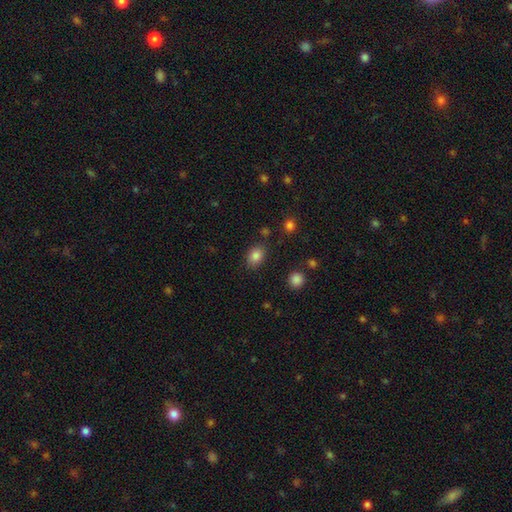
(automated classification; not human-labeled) Smooth or featured? Predicted: smooth (p=0.84). How rounded? Predicted: in between (p=0.66). Merging? Predicted: none (p=0.82).